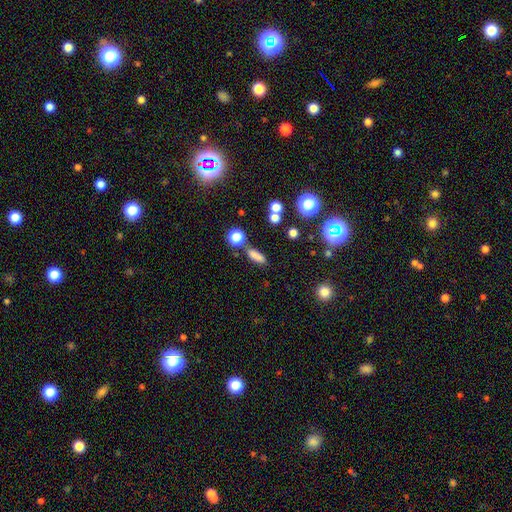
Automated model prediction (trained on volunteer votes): This is likely a smooth galaxy (77%). How rounded: possibly in between (48%). Merging: likely none (73%).